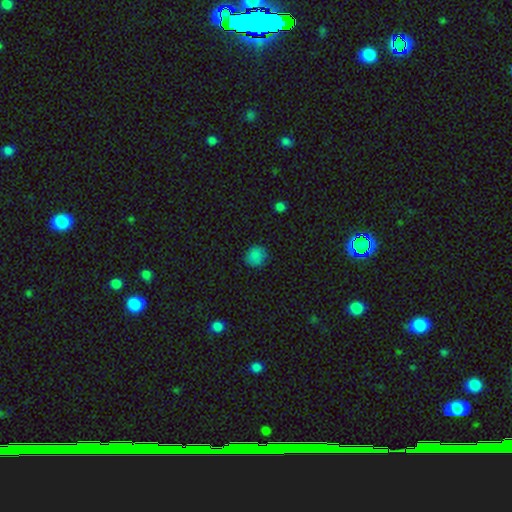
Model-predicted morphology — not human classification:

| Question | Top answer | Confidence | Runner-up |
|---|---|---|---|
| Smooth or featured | smooth | 83% | star or artifact (13%) |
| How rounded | round | 87% | in between (12%) |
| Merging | none | 85% | minor disturbance (11%) |